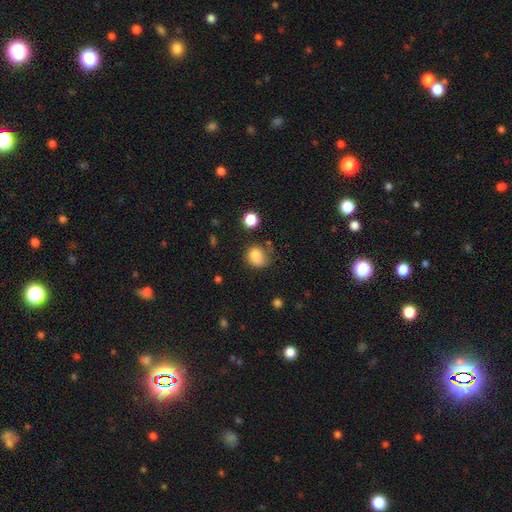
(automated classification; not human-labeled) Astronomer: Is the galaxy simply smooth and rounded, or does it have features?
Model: smooth — 81%.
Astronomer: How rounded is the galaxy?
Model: round — 65%.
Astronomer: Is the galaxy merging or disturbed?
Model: none — 52% (runner-up: minor disturbance, 29%).